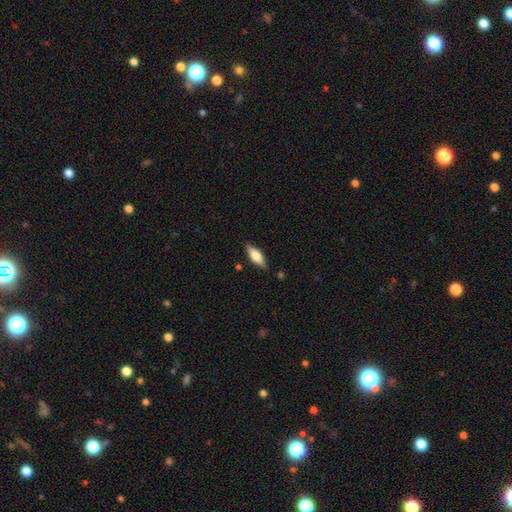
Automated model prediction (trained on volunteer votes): smooth 67%, featured or disk 27%, star or artifact 6%. Down the decision tree: how rounded — in between (64%); merging — none (84%).